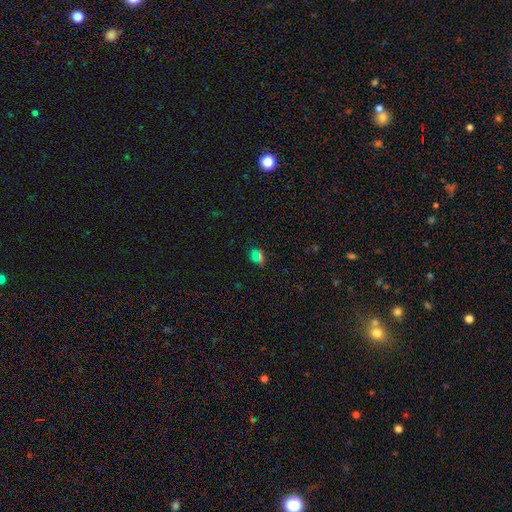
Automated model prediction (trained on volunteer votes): Overall: smooth (53%; star or artifact 40%). How rounded: in between (48%; round 47%). Merging: none (77%).